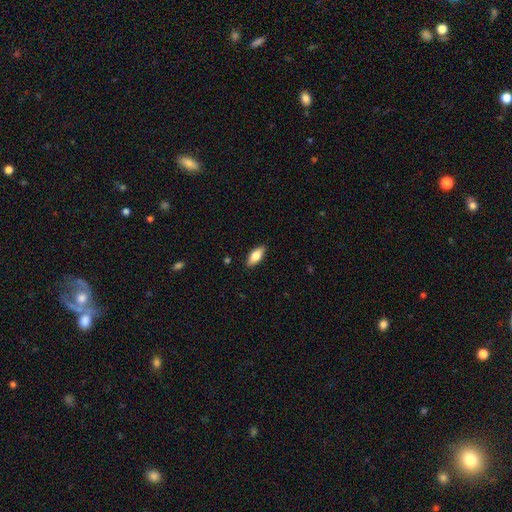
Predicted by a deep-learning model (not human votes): A smooth galaxy with no disk features (76%) that is in between round and cigar-shaped (79%).

Vote fractions:
- Smooth or featured? smooth: 76% / featured or disk: 18% / star or artifact: 6%
- How rounded? in between: 79% / cigar-shaped: 19% / round: 2%
- Merging? none: 88% / minor disturbance: 9% / major disturbance: 2% / merger: 1%